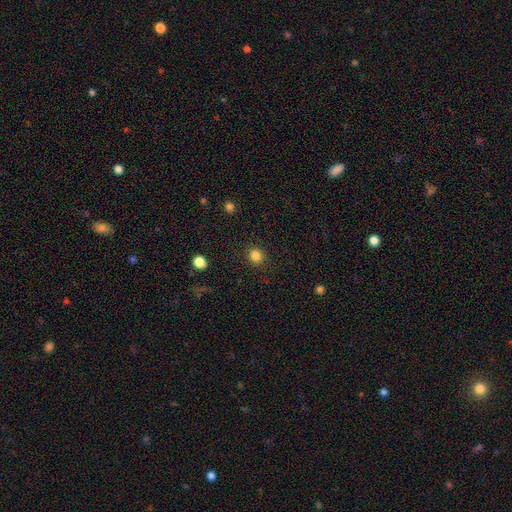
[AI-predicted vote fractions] smooth-or-featured: smooth: 84% | star or artifact: 12% | featured or disk: 4%
  how-rounded: round: 84% | in between: 15% | cigar-shaped: 1%
  merging: none: 90% | minor disturbance: 7% | major disturbance: 2% | merger: 1%